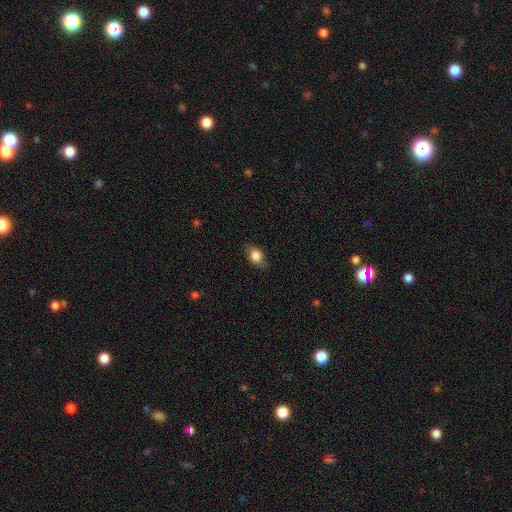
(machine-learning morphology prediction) The model was most divided on "how rounded": in between: 79%, round: 19%, cigar-shaped: 3%. More confident: smooth or featured — smooth (84%); merging — none (79%).